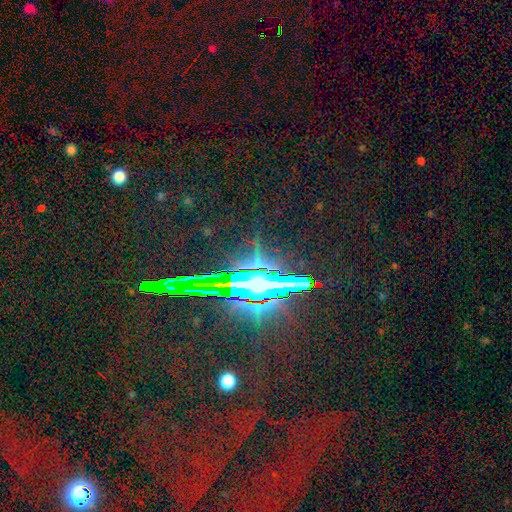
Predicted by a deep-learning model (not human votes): Smooth or featured?
  - star or artifact: 81% *
  - featured or disk: 10%
  - smooth: 8%